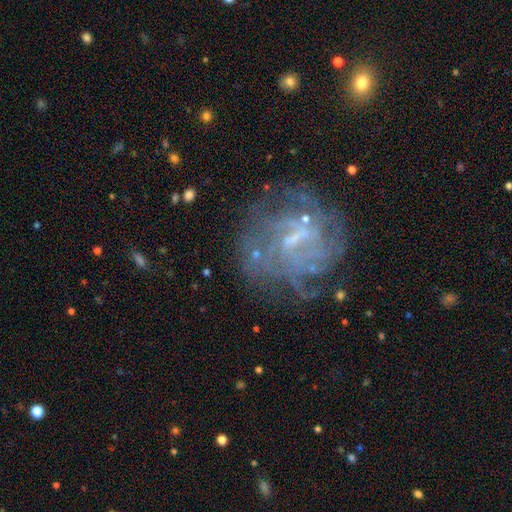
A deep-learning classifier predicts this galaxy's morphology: Smooth or featured? featured or disk (76%)
Edge-on disk? no (97%)
Bar? weak (52%)
Spiral arms? yes (72%)
Spiral winding? tight (45%)
Spiral arm count? can't tell (51%)
Bulge size? small (44%)
Merging? none (57%)